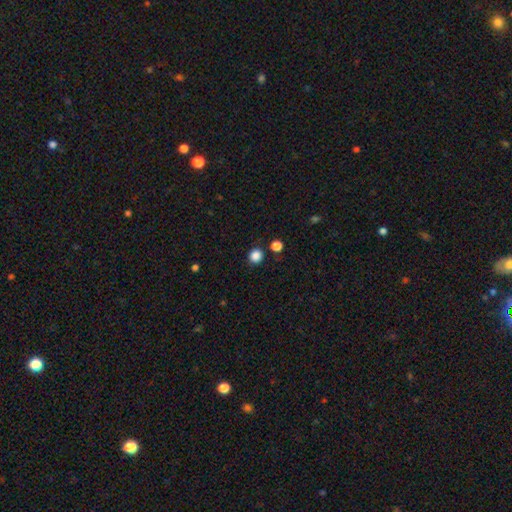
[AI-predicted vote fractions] The model was most divided on "smooth or featured": smooth: 85%, star or artifact: 12%, featured or disk: 3%. More confident: how rounded — round (91%); merging — none (88%).